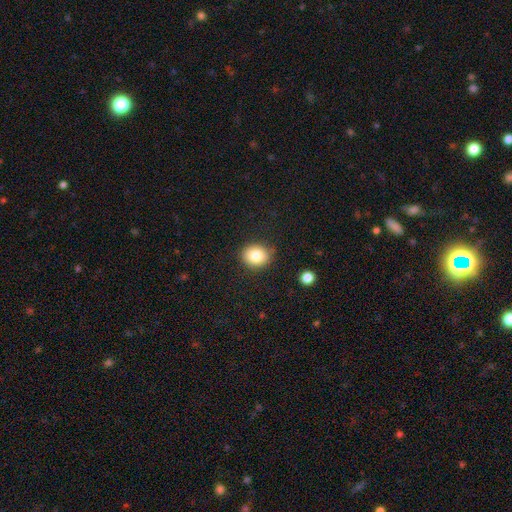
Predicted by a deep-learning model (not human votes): smooth 82%, star or artifact 10%, featured or disk 9%. Down the decision tree: how rounded — round (67%); merging — none (86%).